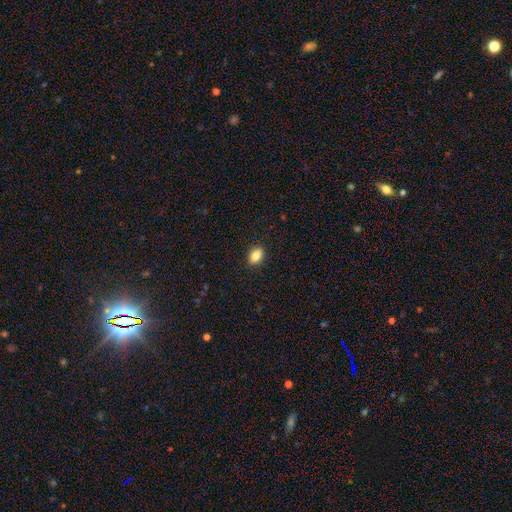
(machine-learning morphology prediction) type=smooth (84%); roundness=in between (75%); merging=none (90%).